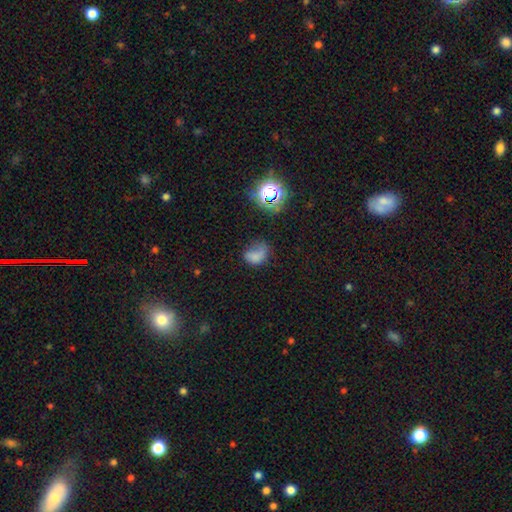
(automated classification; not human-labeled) Smooth or featured? smooth (64%)
How rounded? in between (65%)
Merging? major disturbance (34%)